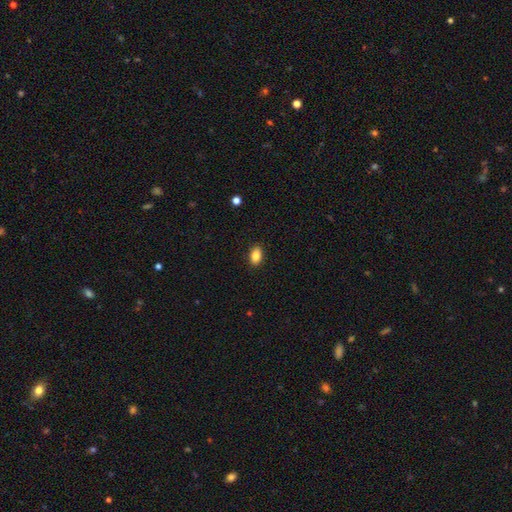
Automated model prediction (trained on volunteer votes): This appears to be a smooth galaxy with no disk features (87%) that is in between round and cigar-shaped (89%). Merging: none (90%).